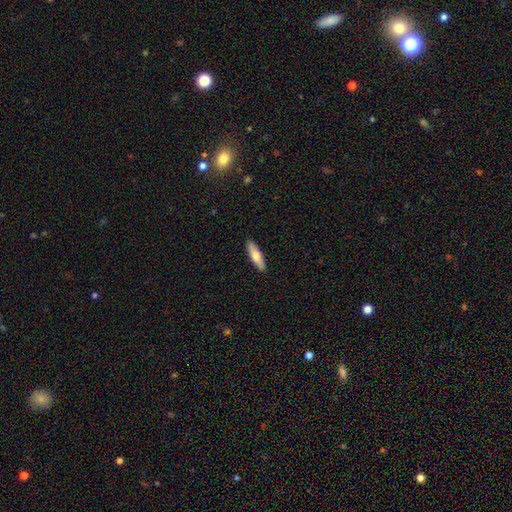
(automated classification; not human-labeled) Smooth or featured? smooth (62%)
How rounded? cigar-shaped (66%)
Merging? none (91%)